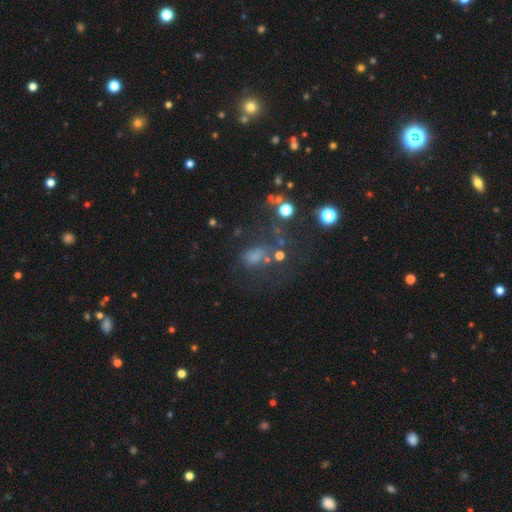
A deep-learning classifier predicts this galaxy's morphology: Smooth or featured? Predicted: smooth (p=0.49). Merging? Predicted: none (p=0.38).